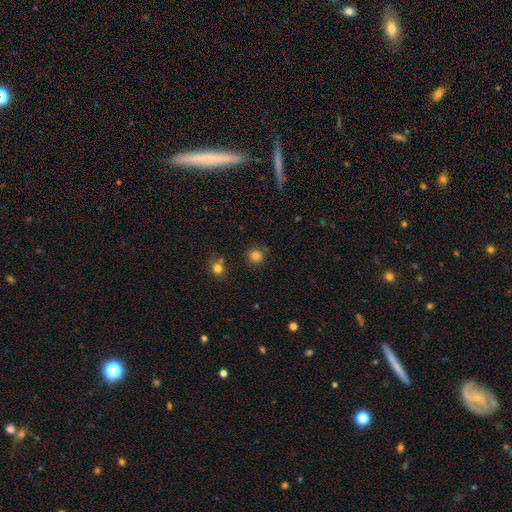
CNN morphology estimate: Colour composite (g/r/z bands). It shows a smooth galaxy with no disk features (82%) that is round (93%). Merging: none (84%).